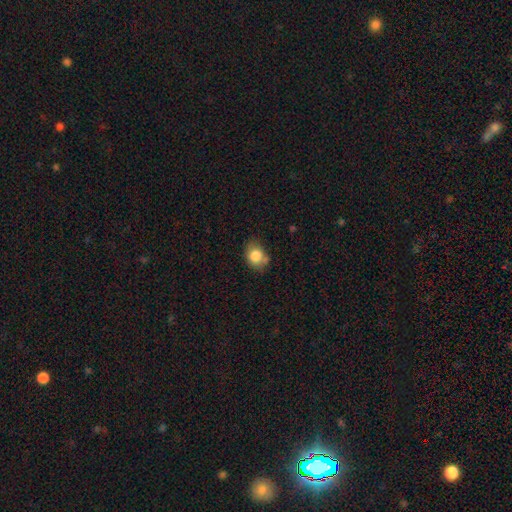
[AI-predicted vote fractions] Smooth or featured? Predicted: smooth (p=0.82). How rounded? Predicted: in between (p=0.52). Merging? Predicted: none (p=0.59).